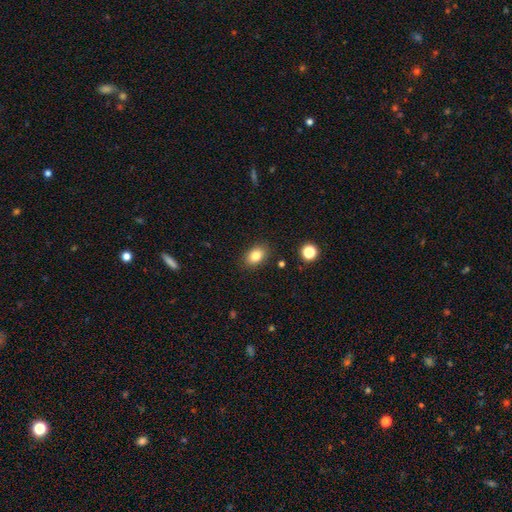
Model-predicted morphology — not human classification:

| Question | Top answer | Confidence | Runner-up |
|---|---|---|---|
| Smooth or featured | smooth | 83% | star or artifact (9%) |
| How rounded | in between | 80% | round (19%) |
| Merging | none | 87% | minor disturbance (9%) |